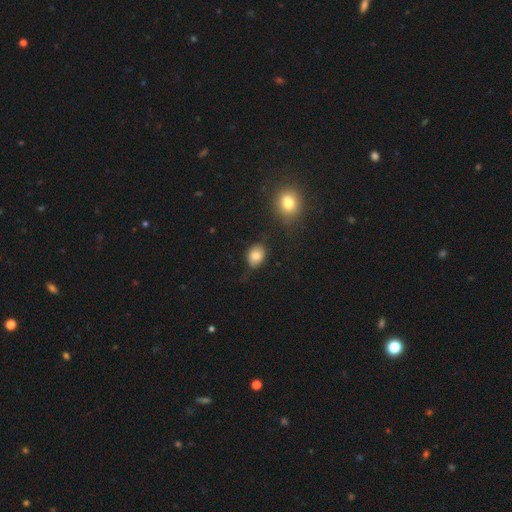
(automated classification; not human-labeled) This appears to be a smooth galaxy with no disk features (80%) that is in between round and cigar-shaped (63%). Merging: none (70%).